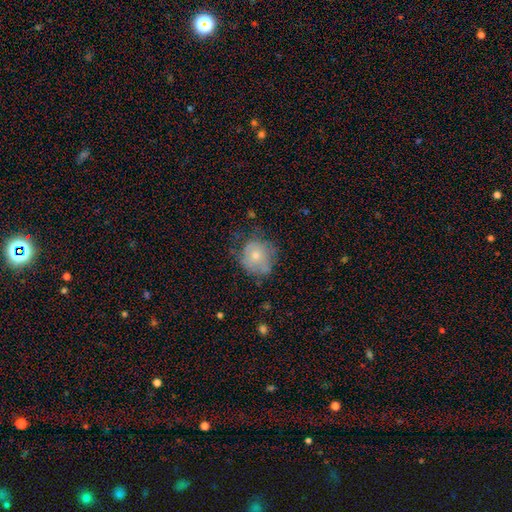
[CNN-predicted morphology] This appears to be a smooth galaxy with no disk features (64%) that is round (82%). Merging: none (53%).